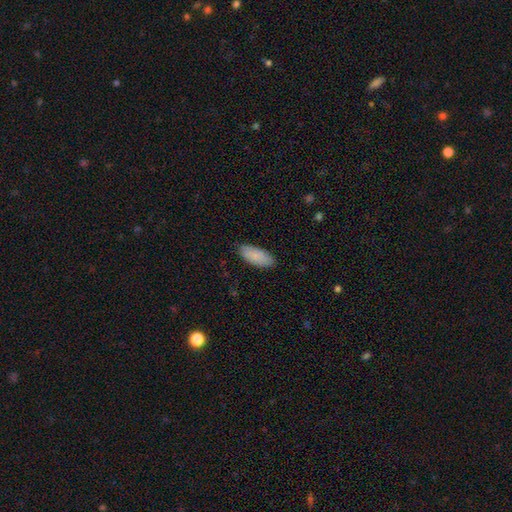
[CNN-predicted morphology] Smooth or featured? smooth (87%)
How rounded? in between (86%)
Merging? none (86%)